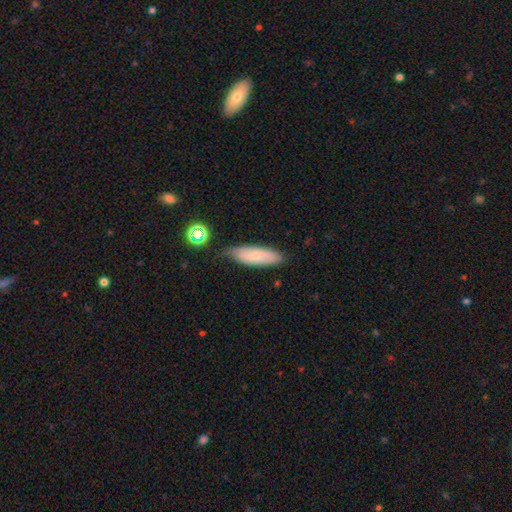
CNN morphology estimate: The model was most divided on "how rounded": in between: 50%, cigar-shaped: 48%, round: 2%. More confident: merging — none (72%); smooth or featured — smooth (69%).